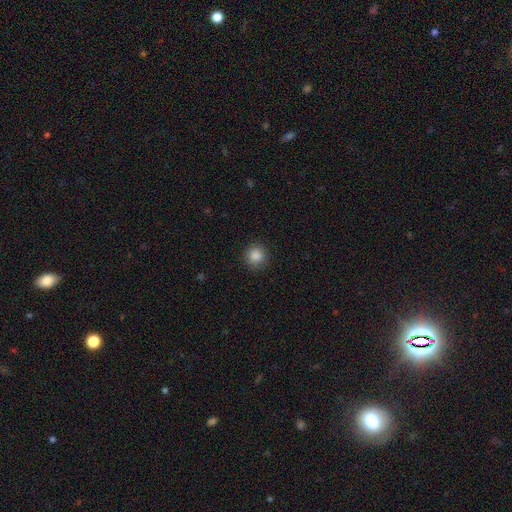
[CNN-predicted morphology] The model was most divided on "smooth or featured": smooth: 87%, star or artifact: 10%, featured or disk: 3%. More confident: how rounded — round (93%); merging — none (90%).